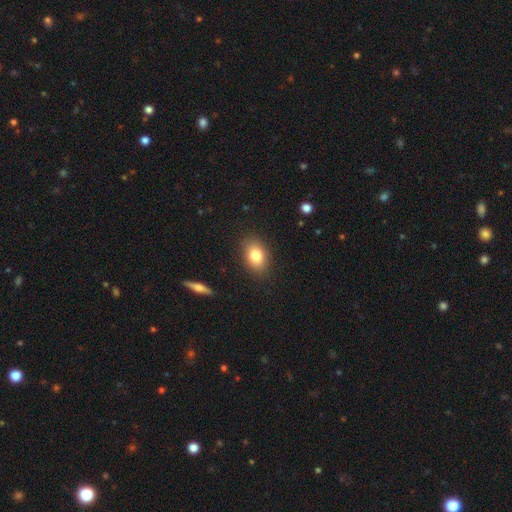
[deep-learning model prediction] Overall: smooth (81%). How rounded: in between (82%). Merging: none (86%).